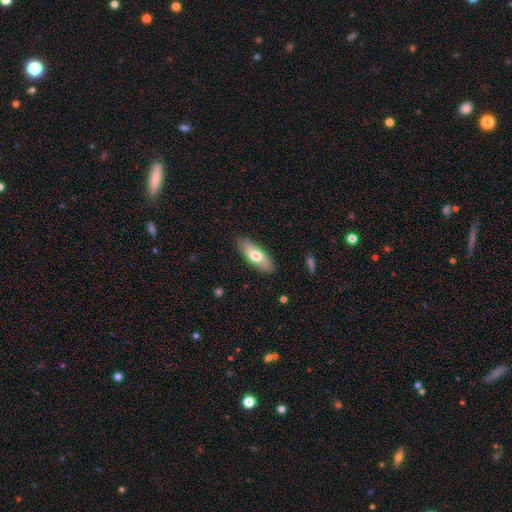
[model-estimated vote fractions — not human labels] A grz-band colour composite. It shows a smooth galaxy with no disk features (66%) that is in between round and cigar-shaped (73%). Merging: none (84%).